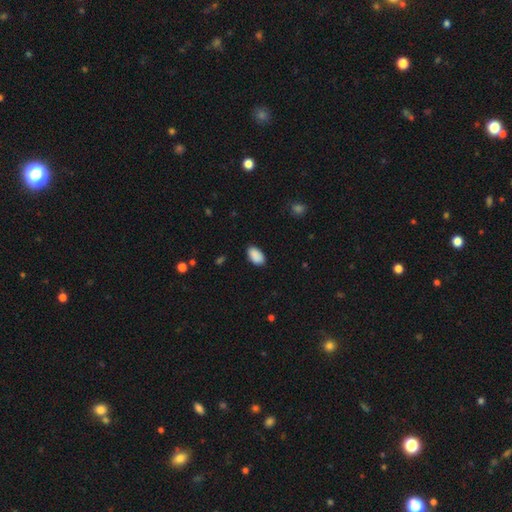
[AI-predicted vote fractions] Smooth or featured? Predicted: smooth (p=0.91). How rounded? Predicted: in between (p=0.94). Merging? Predicted: none (p=0.87).